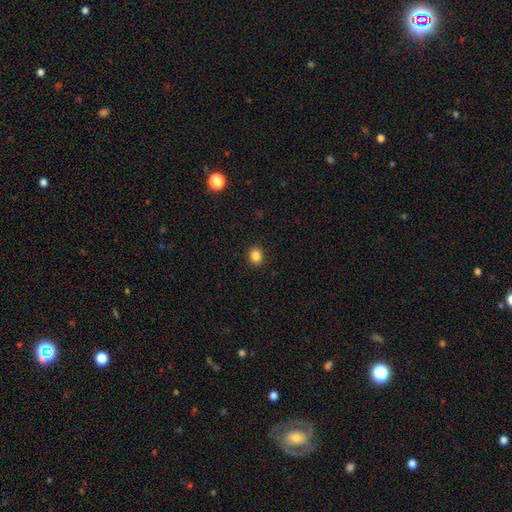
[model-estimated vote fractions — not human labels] This is clearly a smooth galaxy (85%). How rounded: likely round (65%). Merging: clearly none (90%).